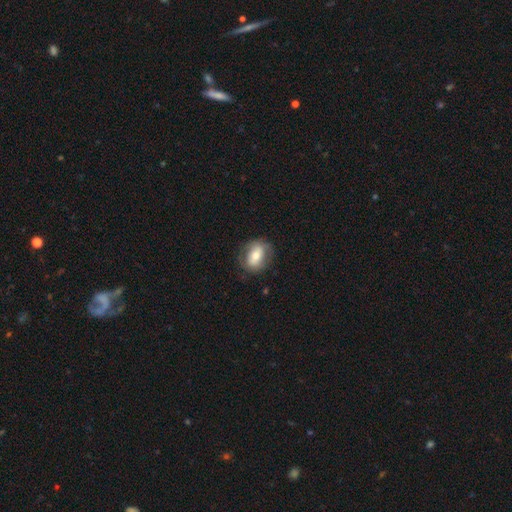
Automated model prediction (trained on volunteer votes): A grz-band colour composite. It shows a smooth galaxy with no disk features (57%) that is in between round and cigar-shaped (62%). Merging: none (76%).